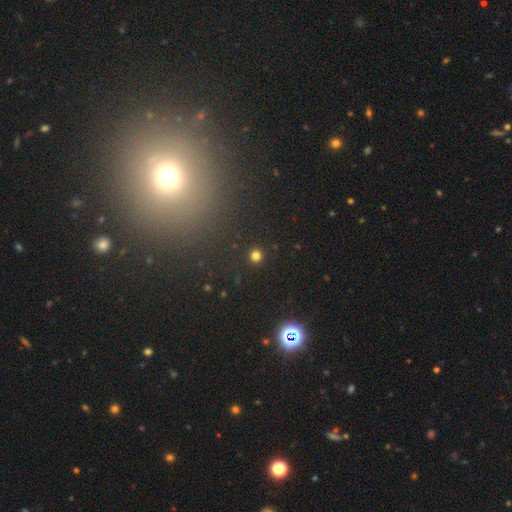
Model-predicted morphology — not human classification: Smooth or featured? Predicted: smooth (p=0.80). How rounded? Predicted: round (p=0.94). Merging? Predicted: none (p=0.92).